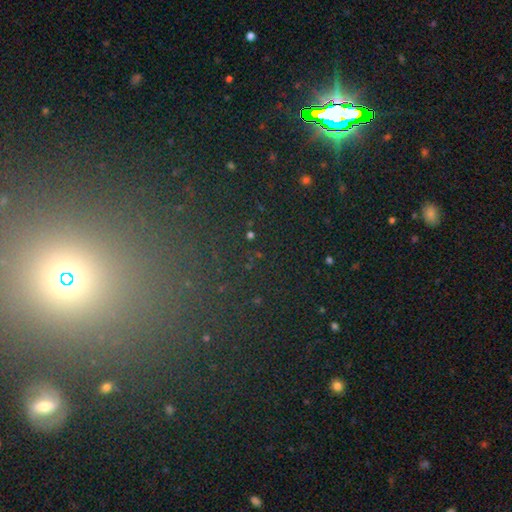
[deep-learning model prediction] The model was most divided on "smooth or featured": star or artifact: 72%, smooth: 18%, featured or disk: 10%.